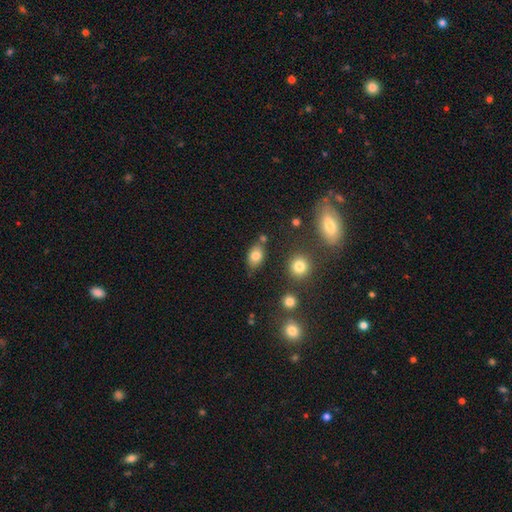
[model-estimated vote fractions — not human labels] smooth_or_featured: smooth (p=0.79) [alt: featured or disk p=0.11]
how_rounded: in between (p=0.81) [alt: round p=0.17]
merging: none (p=0.73) [alt: minor disturbance p=0.15]